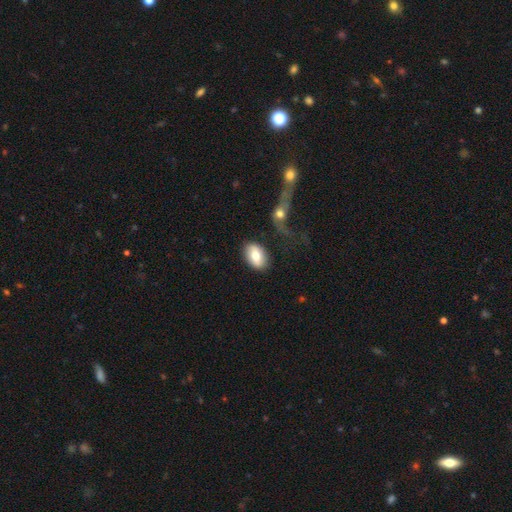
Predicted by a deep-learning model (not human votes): Q: Smooth or featured?
A: smooth (75%); runner-up: featured or disk (19%)
Q: How rounded?
A: in between (87%); runner-up: round (12%)
Q: Merging?
A: none (79%); runner-up: minor disturbance (12%)